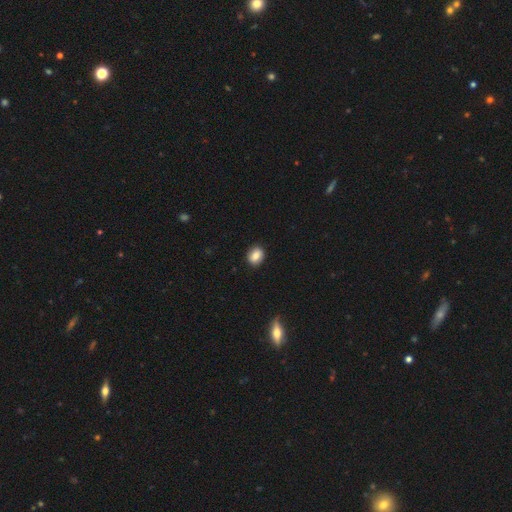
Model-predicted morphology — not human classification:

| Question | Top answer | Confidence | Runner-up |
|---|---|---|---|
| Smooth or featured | smooth | 84% | star or artifact (8%) |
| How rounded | in between | 55% | round (44%) |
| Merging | none | 90% | minor disturbance (8%) |